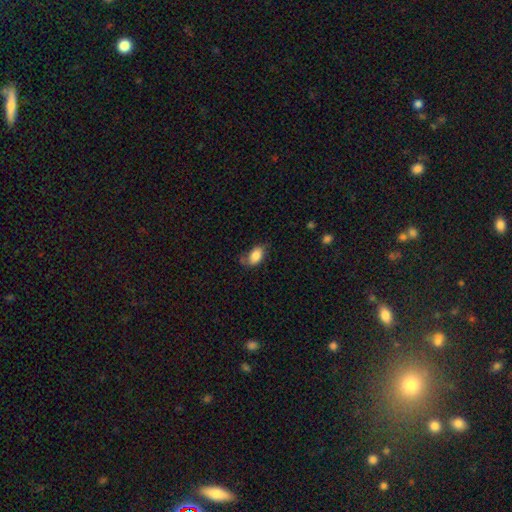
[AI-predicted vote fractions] The model was most divided on "merging": none: 50%, minor disturbance: 33%, major disturbance: 15%, merger: 3%. More confident: how rounded — in between (90%); smooth or featured — smooth (80%).